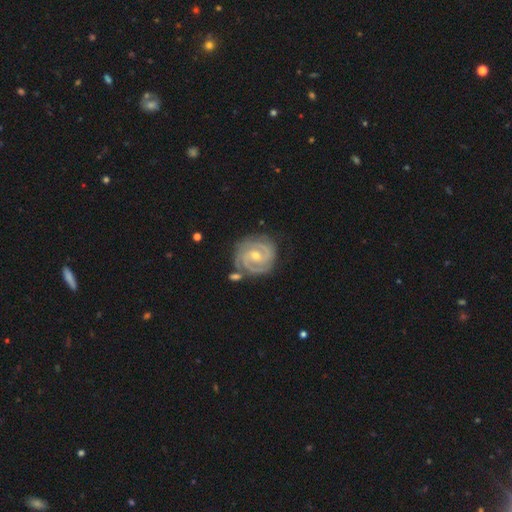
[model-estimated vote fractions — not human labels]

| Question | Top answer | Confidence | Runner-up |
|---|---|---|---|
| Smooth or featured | featured or disk | 90% | smooth (5%) |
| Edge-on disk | no | 98% | yes (2%) |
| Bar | no | 44% | weak (42%) |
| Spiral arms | yes | 98% | no (2%) |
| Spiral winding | tight | 73% | medium (24%) |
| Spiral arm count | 2 | 71% | 3 (16%) |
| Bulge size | moderate | 53% | small (45%) |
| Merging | none | 74% | minor disturbance (15%) |